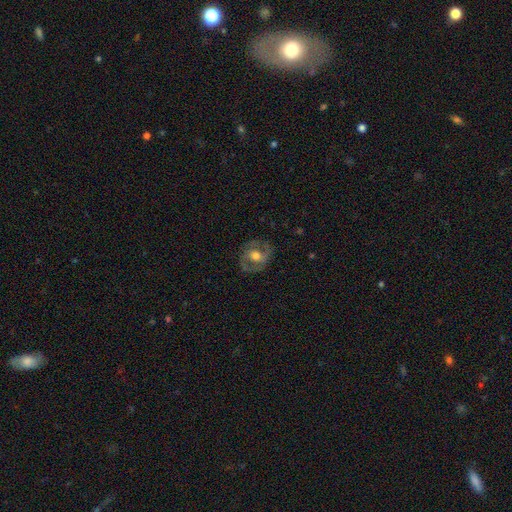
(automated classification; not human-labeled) The model was most divided on "bar": no: 48%, weak: 36%, strong: 16%. More confident: edge-on disk — no (96%); merging — none (78%); bulge size — moderate (71%); spiral arms — yes (71%); smooth or featured — featured or disk (69%).